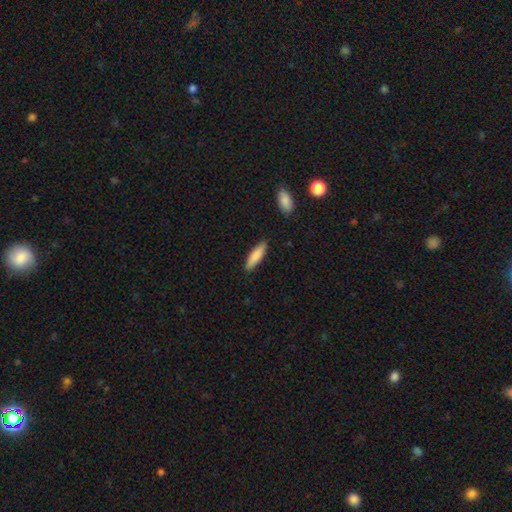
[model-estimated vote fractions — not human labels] A smooth galaxy with no disk features (82%) that is cigar-shaped (62%). Merging: none (86%).